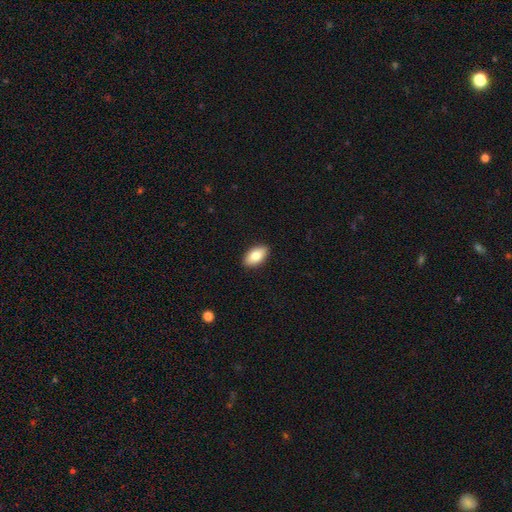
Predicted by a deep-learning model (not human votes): Smooth or featured?
  - smooth: 83% *
  - featured or disk: 10%
  - star or artifact: 6%
How rounded?
  - in between: 94% *
  - round: 4%
  - cigar-shaped: 2%
Merging?
  - none: 90% *
  - minor disturbance: 7%
  - major disturbance: 2%
  - merger: 1%